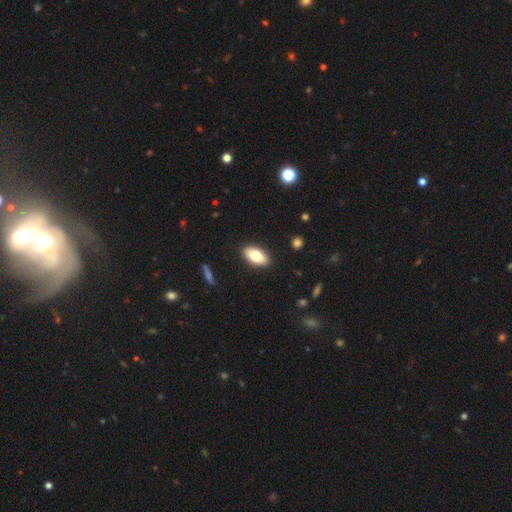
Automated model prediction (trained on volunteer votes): Overall: smooth (76%). How rounded: in between (90%). Merging: none (89%).